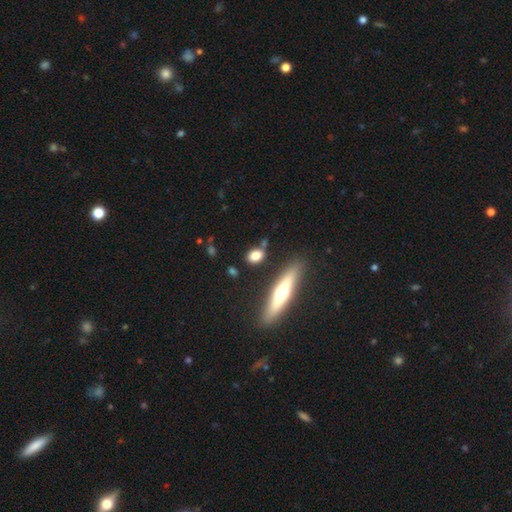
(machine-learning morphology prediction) type=smooth (75%); roundness=in between (57%); merging=none (75%).